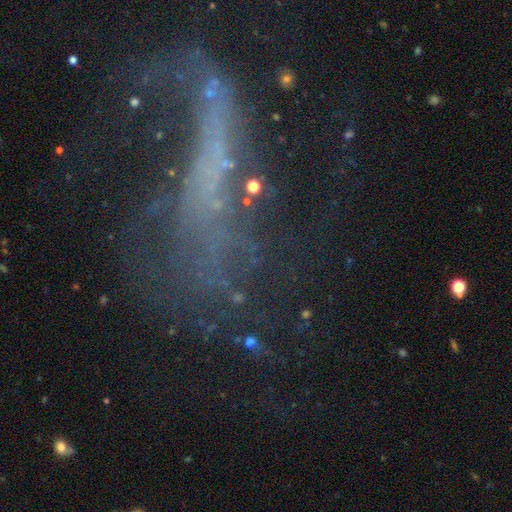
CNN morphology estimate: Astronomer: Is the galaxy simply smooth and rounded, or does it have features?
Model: featured or disk — 50% (runner-up: star or artifact, 29%).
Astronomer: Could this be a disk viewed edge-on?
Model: no — 80%.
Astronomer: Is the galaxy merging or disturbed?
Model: major disturbance — 41% (runner-up: none, 35%).